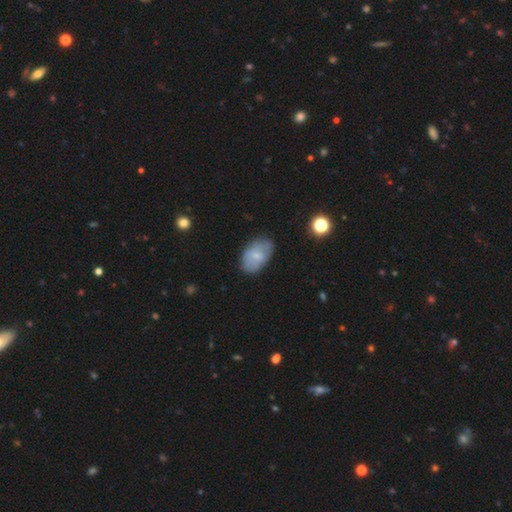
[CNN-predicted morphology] Smooth or featured?
  - smooth: 67% *
  - featured or disk: 25%
  - star or artifact: 8%
How rounded?
  - in between: 92% *
  - round: 7%
  - cigar-shaped: 1%
Merging?
  - none: 75% *
  - minor disturbance: 19%
  - major disturbance: 5%
  - merger: 2%